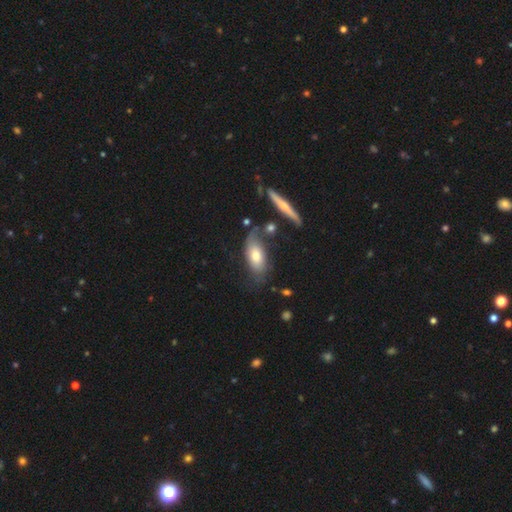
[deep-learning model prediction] Smooth or featured? Predicted: smooth (p=0.58). How rounded? Predicted: in between (p=0.84). Merging? Predicted: none (p=0.51).